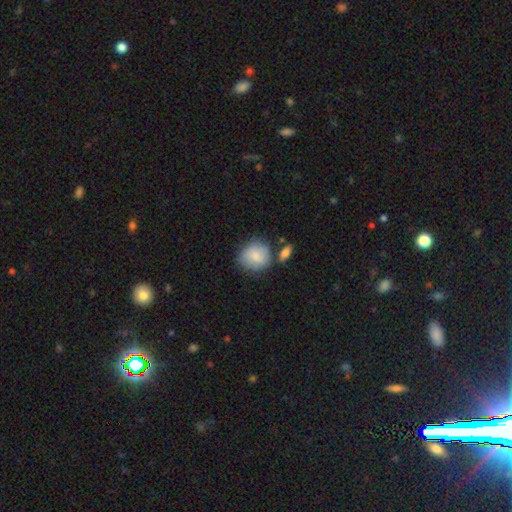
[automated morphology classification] Smooth or featured: smooth — 81% (featured or disk — 13%)
How rounded: round — 79% (in between — 20%)
Merging: none — 62% (minor disturbance — 20%)